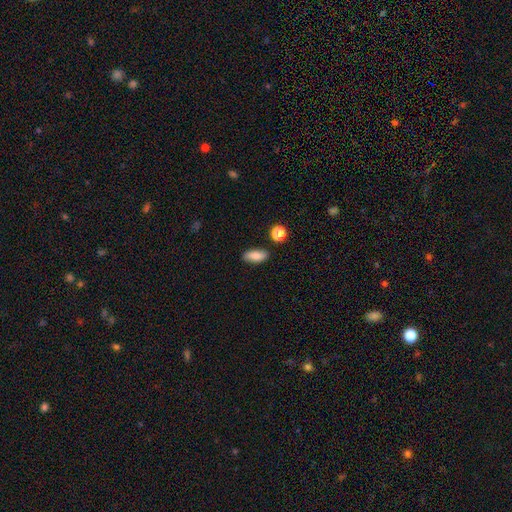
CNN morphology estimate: Smooth or featured? smooth (81%)
How rounded? in between (81%)
Merging? none (84%)